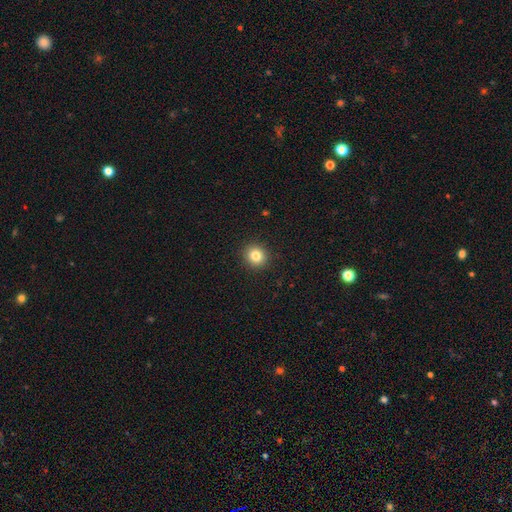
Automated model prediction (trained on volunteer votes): smooth 82%, star or artifact 11%, featured or disk 7%. Down the decision tree: how rounded — round (87%); merging — none (92%).